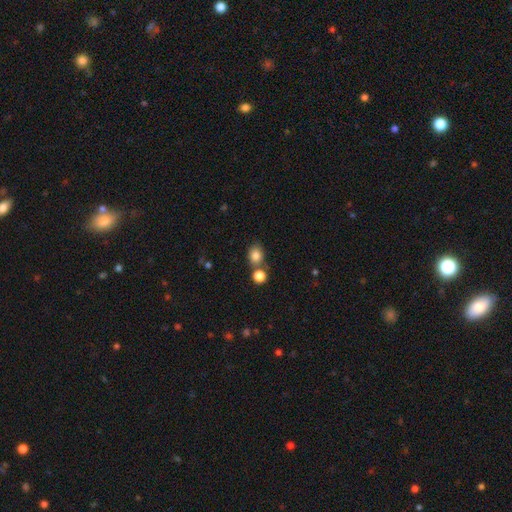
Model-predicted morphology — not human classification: smooth 82%, star or artifact 11%, featured or disk 7%. Down the decision tree: how rounded — round (54%); merging — none (62%).